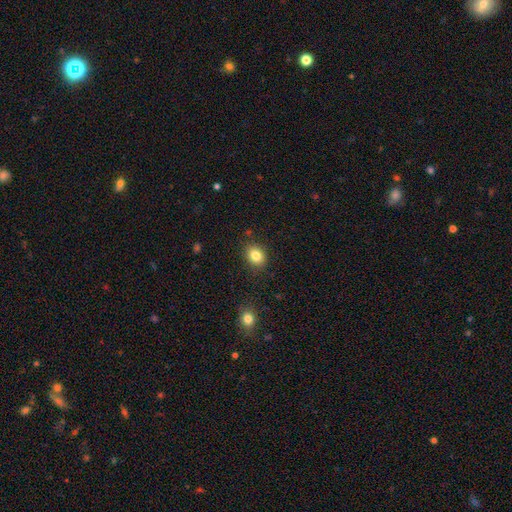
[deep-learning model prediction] Smooth or featured: smooth — 83% (star or artifact — 10%)
How rounded: in between — 50% (round — 49%)
Merging: none — 86% (minor disturbance — 10%)